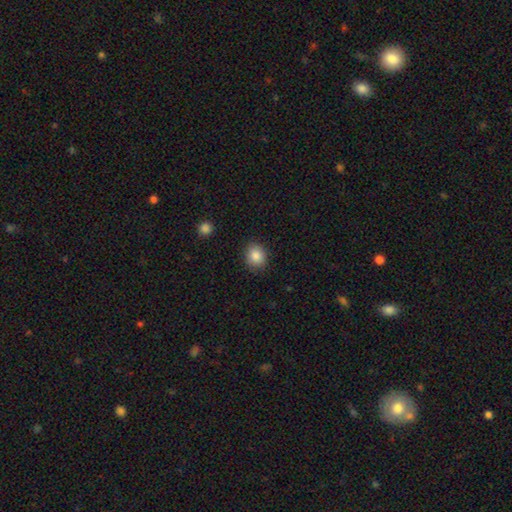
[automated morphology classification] Smooth or featured? Predicted: smooth (p=0.86). How rounded? Predicted: round (p=0.62). Merging? Predicted: none (p=0.87).